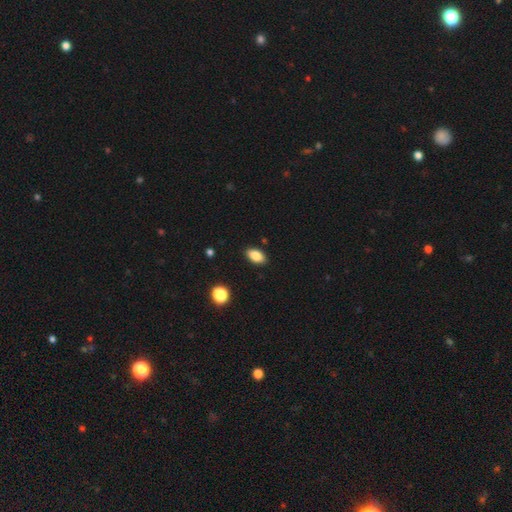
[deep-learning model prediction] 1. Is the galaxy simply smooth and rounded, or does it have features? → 86% smooth, 9% star or artifact, 6% featured or disk.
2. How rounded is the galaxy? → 91% in between, 6% round, 3% cigar-shaped.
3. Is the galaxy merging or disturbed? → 89% none, 8% minor disturbance, 2% major disturbance, 1% merger.